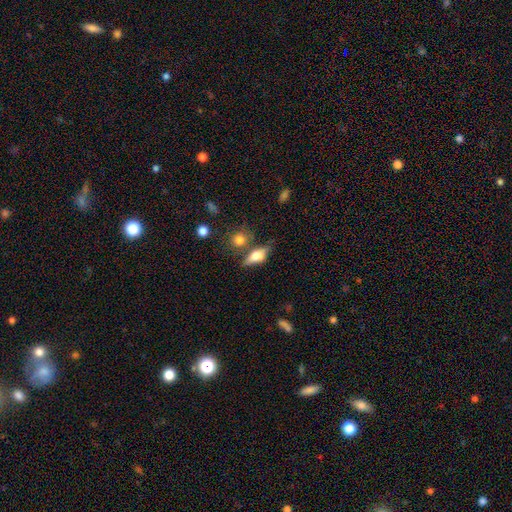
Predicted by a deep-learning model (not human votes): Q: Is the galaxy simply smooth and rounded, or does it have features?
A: smooth — 57%.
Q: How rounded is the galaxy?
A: in between — 66%.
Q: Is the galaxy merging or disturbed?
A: none — 58%.